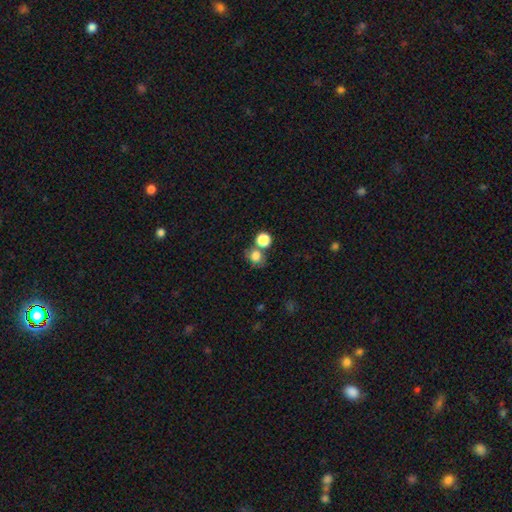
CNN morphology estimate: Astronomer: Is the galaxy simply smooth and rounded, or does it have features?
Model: smooth — 72%.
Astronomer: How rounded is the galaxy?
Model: round — 73%.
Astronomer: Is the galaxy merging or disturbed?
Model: none — 50% (runner-up: merger, 29%).